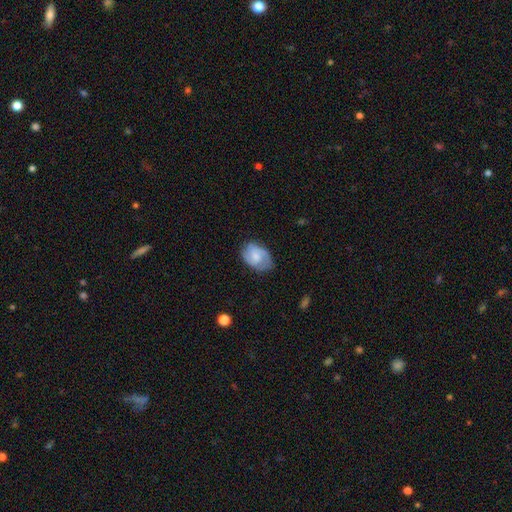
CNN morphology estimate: Smooth or featured: featured or disk — 61% (smooth — 32%)
Edge-on disk: no — 97% (yes — 3%)
Bar: no — 53% (weak — 41%)
Spiral arms: yes — 92% (no — 8%)
Spiral winding: medium — 48% (tight — 34%)
Spiral arm count: 2 — 67% (can't tell — 15%)
Bulge size: small — 40% (moderate — 36%)
Merging: none — 73% (minor disturbance — 20%)